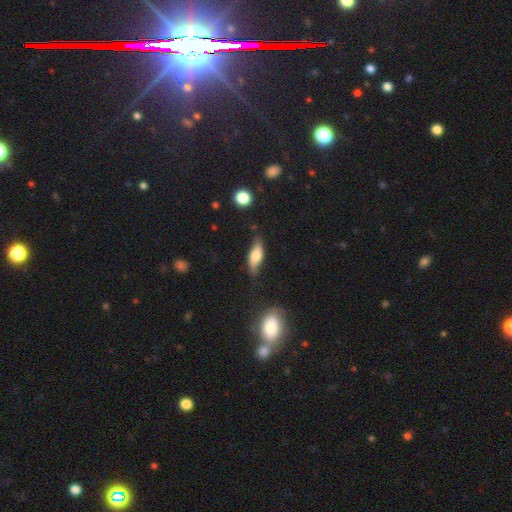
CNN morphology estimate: This appears to be a smooth galaxy with no disk features (60%) that is in between round and cigar-shaped (61%). Merging: none (69%).